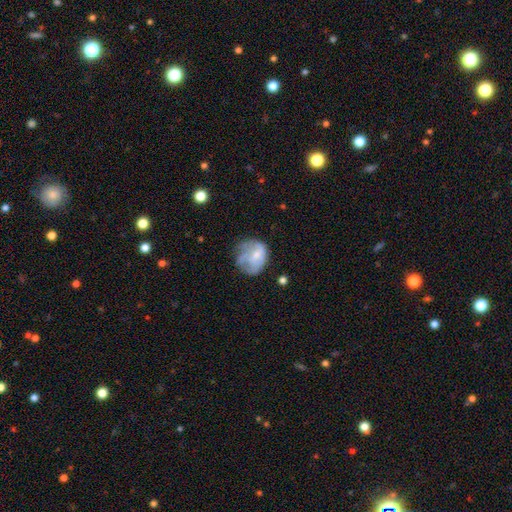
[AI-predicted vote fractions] Morphology: type=smooth (49%); merging=none (37%).